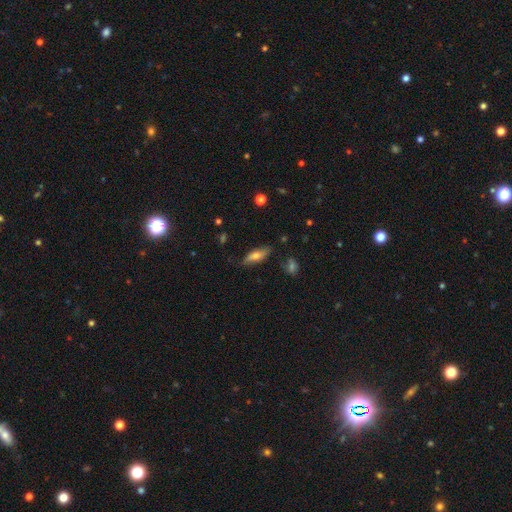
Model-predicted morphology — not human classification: Overall: smooth (60%; featured or disk 32%). How rounded: in between (54%; cigar-shaped 43%). Merging: none (76%).